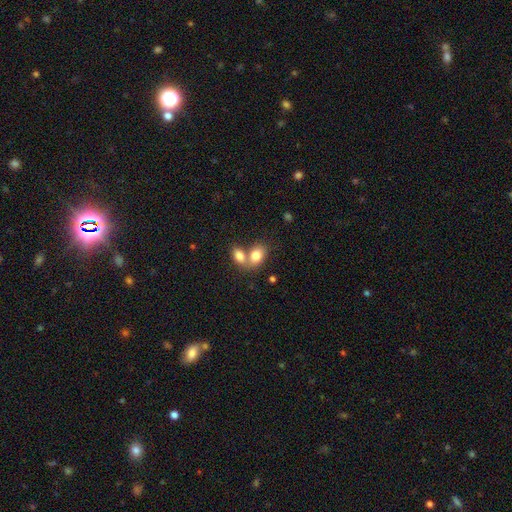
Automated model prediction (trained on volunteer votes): Overall: smooth (80%). How rounded: in between (75%). Merging: merger (58%; none 32%).